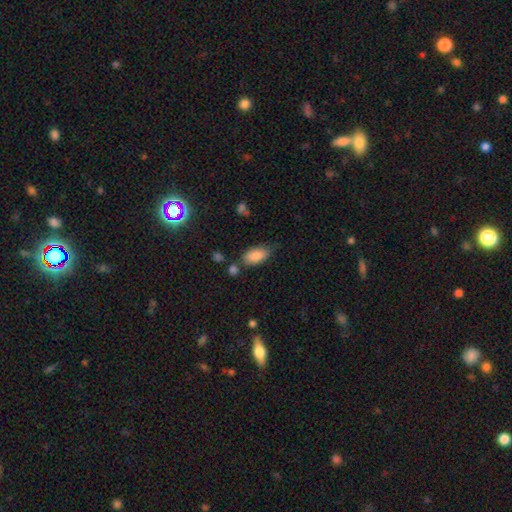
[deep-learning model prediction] A smooth galaxy with no disk features (85%) that is in between round and cigar-shaped (91%).

Vote fractions:
- Smooth or featured? smooth: 85% / star or artifact: 8% / featured or disk: 7%
- How rounded? in between: 91% / cigar-shaped: 5% / round: 4%
- Merging? none: 63% / minor disturbance: 24% / merger: 7% / major disturbance: 5%